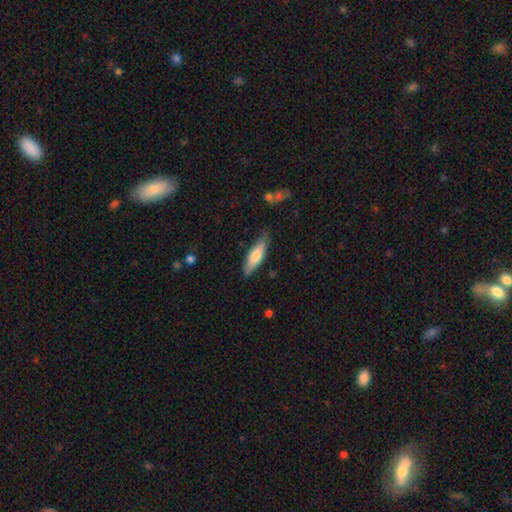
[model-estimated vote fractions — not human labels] smooth_or_featured: smooth (p=0.71) [alt: featured or disk p=0.23]
how_rounded: cigar-shaped (p=0.57) [alt: in between p=0.41]
merging: none (p=0.78) [alt: minor disturbance p=0.17]